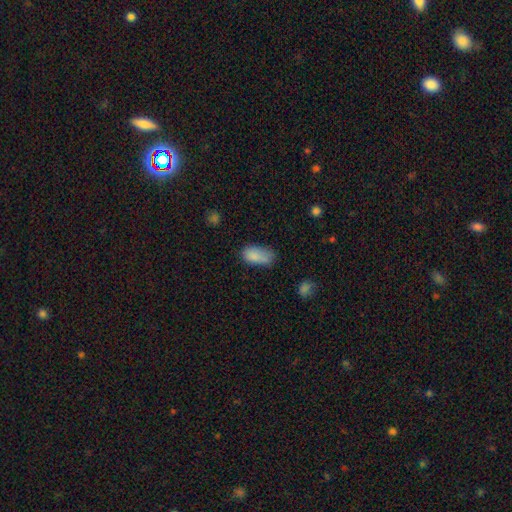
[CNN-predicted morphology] The model was most divided on "merging": none: 47%, minor disturbance: 34%, major disturbance: 13%, merger: 5%. More confident: how rounded — in between (91%); smooth or featured — smooth (83%).